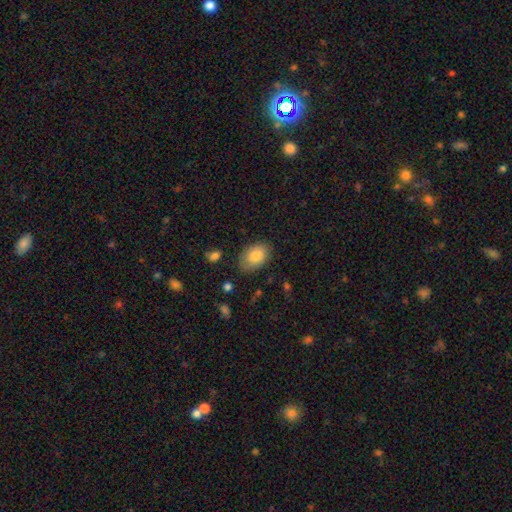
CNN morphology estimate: A smooth galaxy with no disk features (84%) that is in between round and cigar-shaped (86%).

Vote fractions:
- Smooth or featured? smooth: 84% / featured or disk: 9% / star or artifact: 7%
- How rounded? in between: 86% / round: 13% / cigar-shaped: 1%
- Merging? none: 77% / minor disturbance: 17% / major disturbance: 4% / merger: 2%